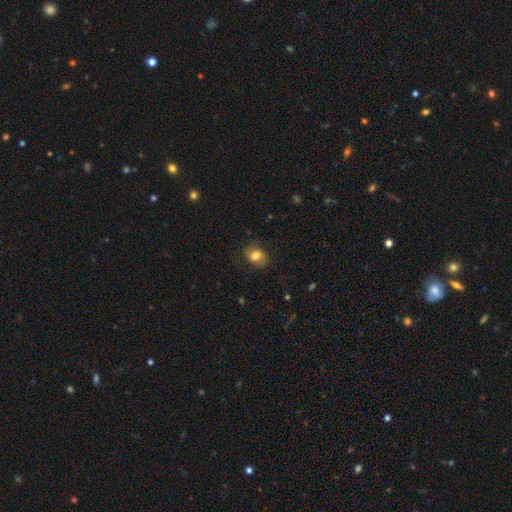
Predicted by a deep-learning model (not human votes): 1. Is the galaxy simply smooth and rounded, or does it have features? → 64% smooth, 26% featured or disk, 9% star or artifact.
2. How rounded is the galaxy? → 53% in between, 46% round, 1% cigar-shaped.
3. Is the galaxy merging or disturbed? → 72% none, 19% minor disturbance, 8% major disturbance, 1% merger.